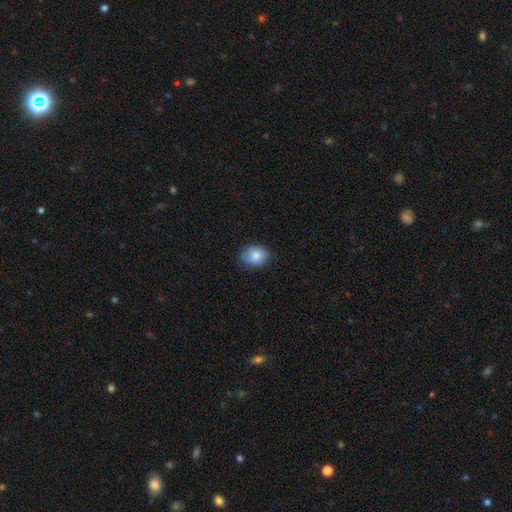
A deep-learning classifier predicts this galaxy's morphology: This is clearly a smooth galaxy (85%). How rounded: possibly in between (54%). Merging: clearly none (80%).